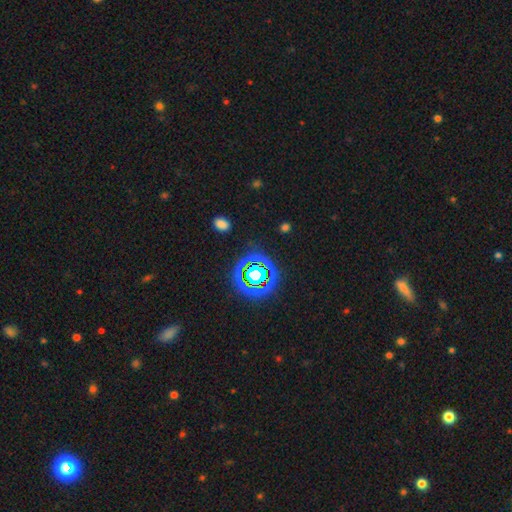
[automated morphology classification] Q: Smooth or featured?
A: star or artifact (73%); runner-up: smooth (18%)